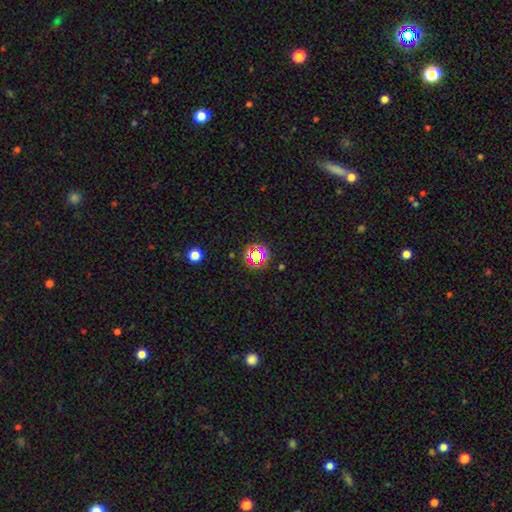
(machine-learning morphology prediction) star or artifact 62%, smooth 28%, featured or disk 10%.